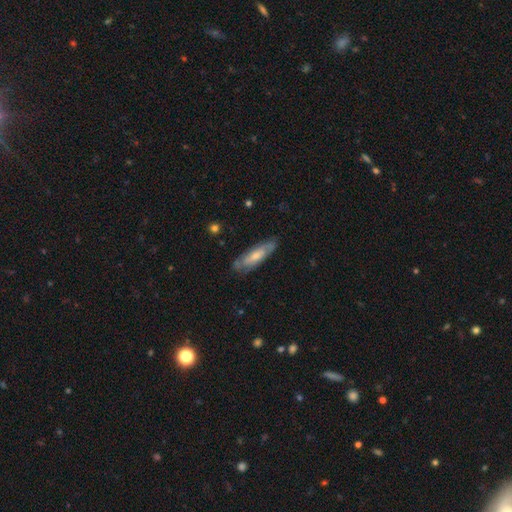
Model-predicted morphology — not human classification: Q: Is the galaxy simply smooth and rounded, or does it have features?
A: smooth — 48%.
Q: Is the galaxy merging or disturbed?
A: none — 74%.